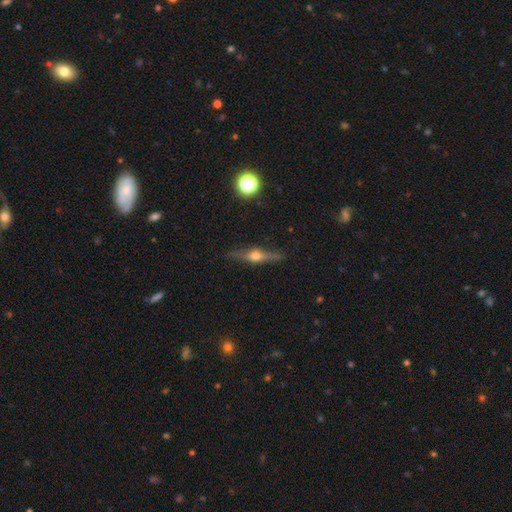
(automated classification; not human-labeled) Q: Smooth or featured?
A: featured or disk (75%); runner-up: smooth (17%)
Q: Edge-on disk?
A: yes (97%); runner-up: no (3%)
Q: Edge-on bulge?
A: rounded (94%); runner-up: boxy (4%)
Q: Merging?
A: none (88%); runner-up: minor disturbance (9%)